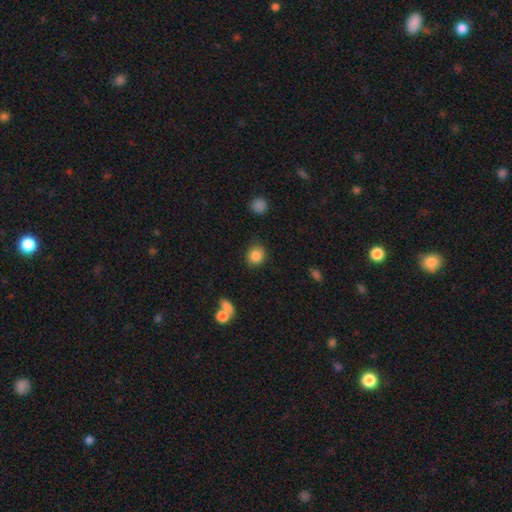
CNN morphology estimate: Smooth or featured? Predicted: smooth (p=0.85). How rounded? Predicted: round (p=0.81). Merging? Predicted: none (p=0.83).